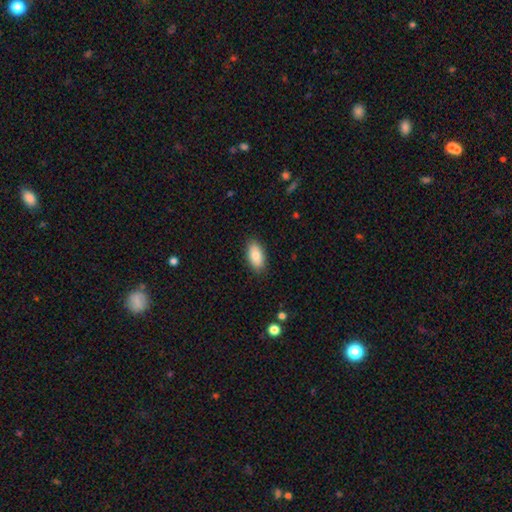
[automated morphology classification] Overall: smooth (85%). How rounded: in between (92%). Merging: none (87%).